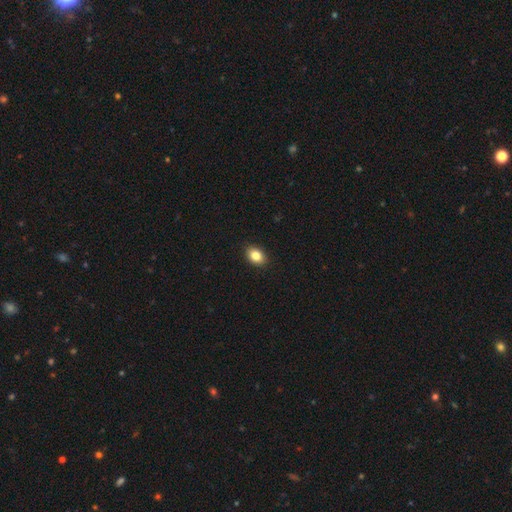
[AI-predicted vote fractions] smooth 85%, star or artifact 9%, featured or disk 7%. Down the decision tree: how rounded — in between (75%); merging — none (91%).